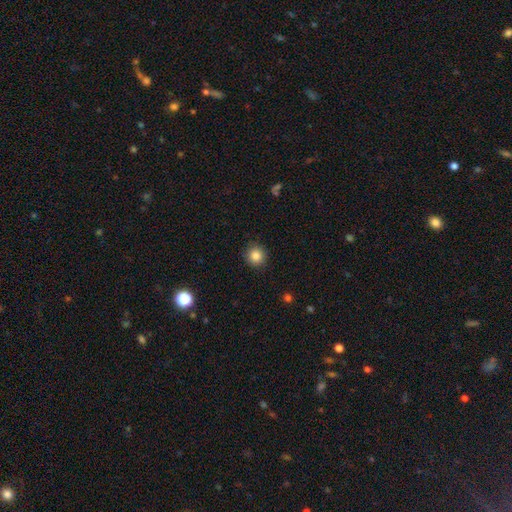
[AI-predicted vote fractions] Smooth or featured: smooth — 85% (star or artifact — 11%)
How rounded: round — 93% (in between — 6%)
Merging: none — 90% (minor disturbance — 7%)